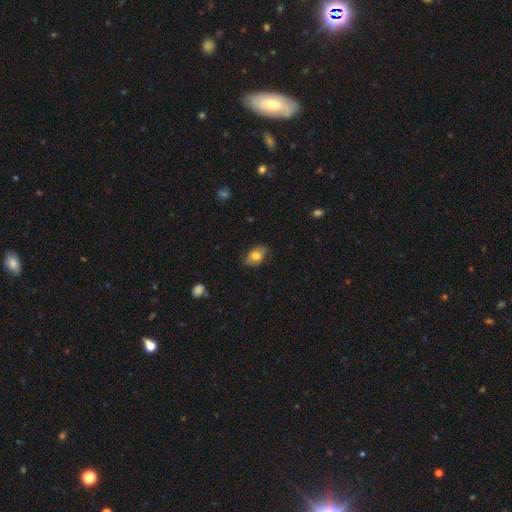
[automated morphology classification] Smooth or featured: smooth — 68% (featured or disk — 24%)
How rounded: in between — 85% (round — 13%)
Merging: none — 74% (minor disturbance — 20%)